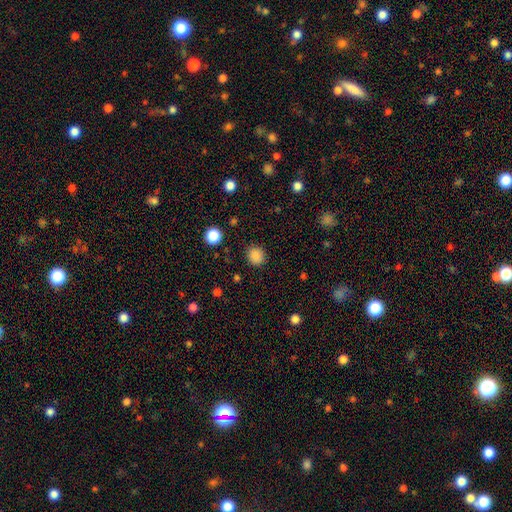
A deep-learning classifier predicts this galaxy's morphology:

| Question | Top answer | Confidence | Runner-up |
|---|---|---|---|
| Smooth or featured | smooth | 86% | star or artifact (11%) |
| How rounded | round | 83% | in between (17%) |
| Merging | none | 88% | minor disturbance (8%) |